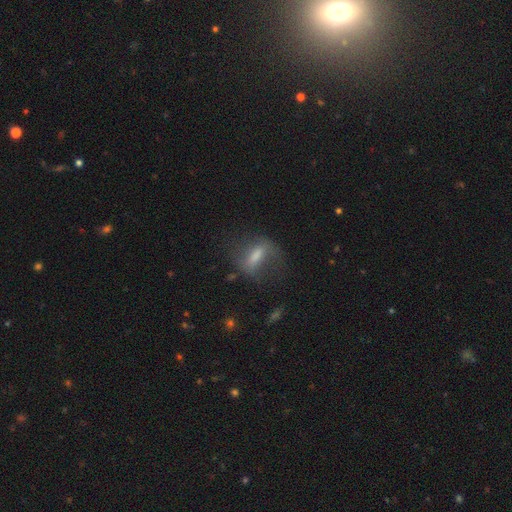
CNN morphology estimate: The model was most divided on "smooth or featured": featured or disk: 45%, smooth: 41%, star or artifact: 13%. More confident: merging — none (56%).